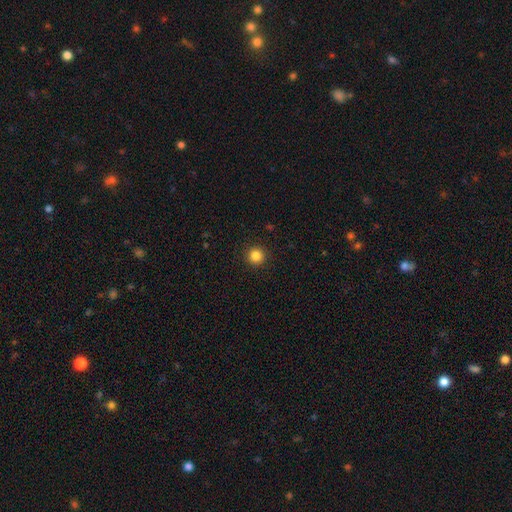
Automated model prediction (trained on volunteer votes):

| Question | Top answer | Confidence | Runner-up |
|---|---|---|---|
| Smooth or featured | smooth | 84% | star or artifact (12%) |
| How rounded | round | 96% | in between (3%) |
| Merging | none | 93% | minor disturbance (5%) |